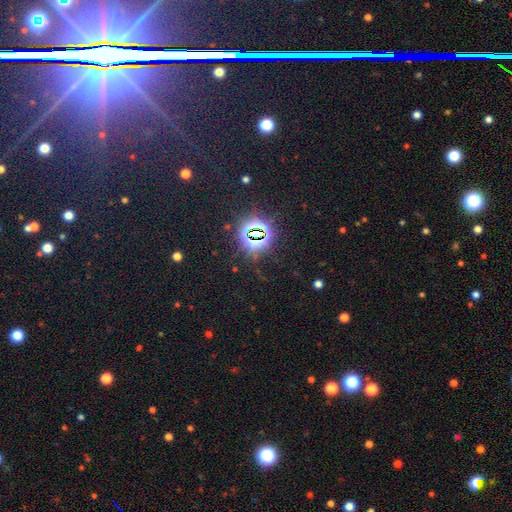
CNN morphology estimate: This is likely a star or artifact rather than a galaxy (79%).